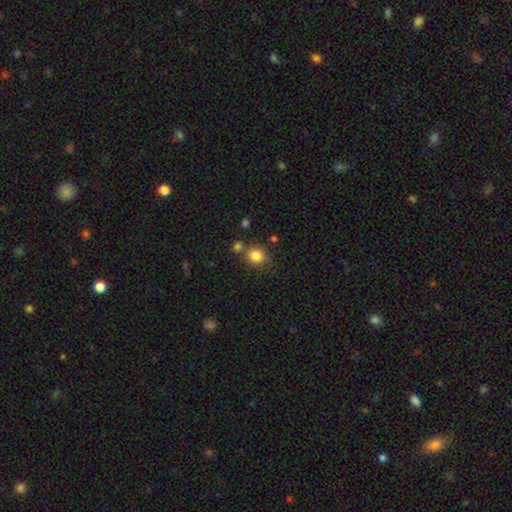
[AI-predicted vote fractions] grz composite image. It shows a smooth galaxy with no disk features (83%) that is round (82%). Merging: none (70%).